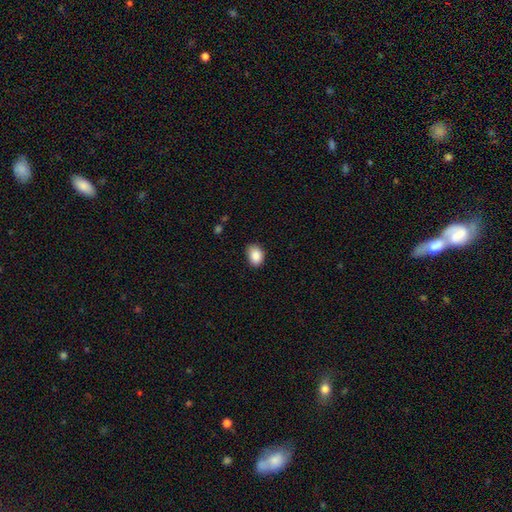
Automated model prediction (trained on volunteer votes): Smooth or featured: smooth — 88% (star or artifact — 8%)
How rounded: in between — 73% (round — 26%)
Merging: none — 76% (minor disturbance — 20%)